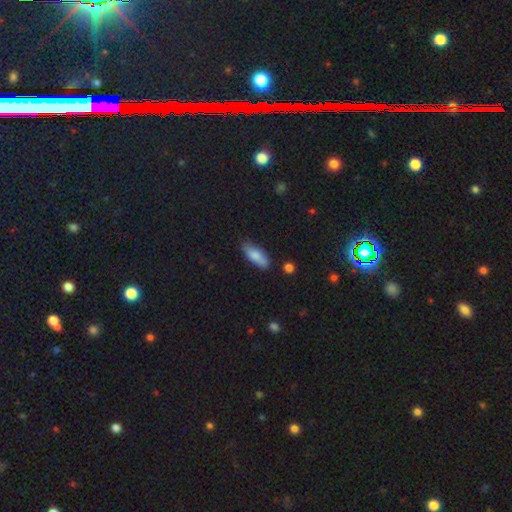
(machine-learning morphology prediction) This appears to be a smooth galaxy with no disk features (80%) that is in between round and cigar-shaped (68%). Merging: none (73%).